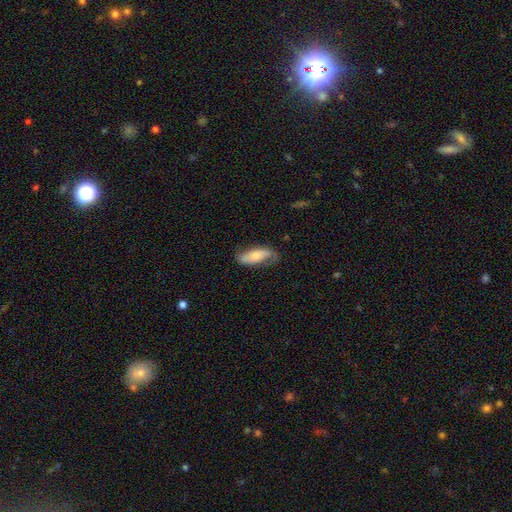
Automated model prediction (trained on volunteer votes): A smooth galaxy with no disk features (50%). Merging: none (60%).